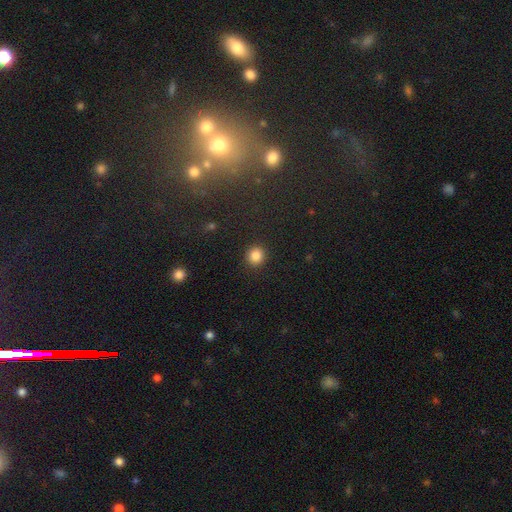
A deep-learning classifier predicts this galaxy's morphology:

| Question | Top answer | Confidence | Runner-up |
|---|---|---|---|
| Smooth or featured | smooth | 85% | star or artifact (11%) |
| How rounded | round | 90% | in between (10%) |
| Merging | none | 92% | minor disturbance (5%) |